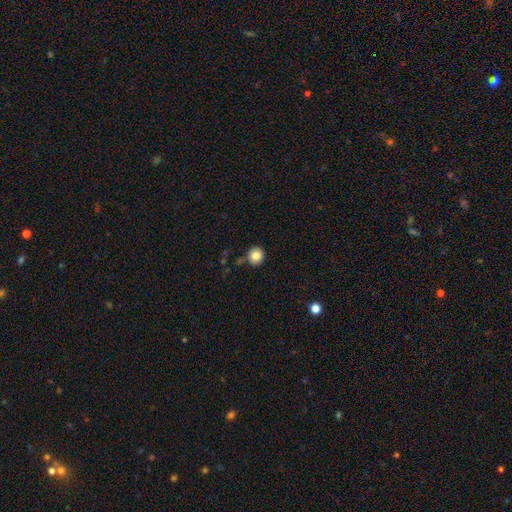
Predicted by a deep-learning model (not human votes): This is clearly a smooth galaxy (83%). How rounded: clearly round (90%). Merging: clearly none (83%).